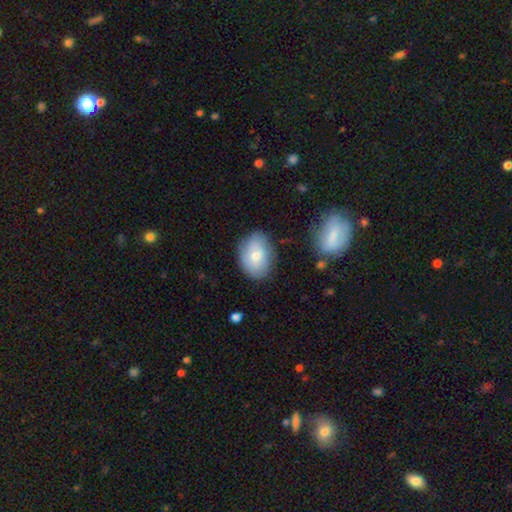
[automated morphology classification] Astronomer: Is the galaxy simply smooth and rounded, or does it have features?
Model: smooth — 72%.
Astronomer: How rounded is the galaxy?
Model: in between — 78%.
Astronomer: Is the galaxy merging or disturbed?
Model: none — 78%.